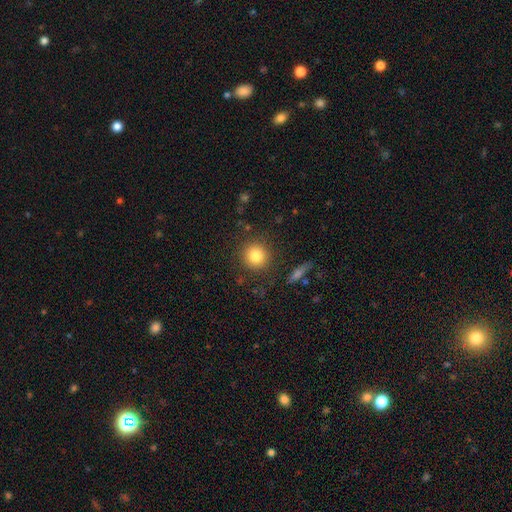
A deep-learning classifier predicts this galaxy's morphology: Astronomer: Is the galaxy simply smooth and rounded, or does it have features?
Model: smooth — 83%.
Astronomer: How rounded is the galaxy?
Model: round — 92%.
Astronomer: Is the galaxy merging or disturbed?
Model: none — 88%.